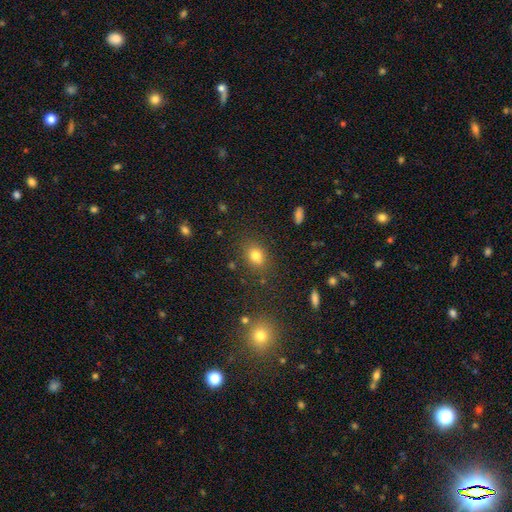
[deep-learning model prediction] This appears to be a smooth galaxy with no disk features (78%) that is in between round and cigar-shaped (52%). Merging: none (80%).